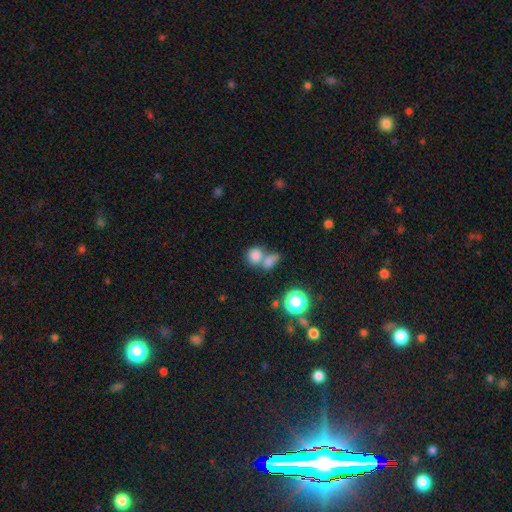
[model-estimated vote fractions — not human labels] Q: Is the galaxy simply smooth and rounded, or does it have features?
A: smooth — 79%.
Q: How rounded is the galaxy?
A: round — 67%.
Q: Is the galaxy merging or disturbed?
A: merger — 54%.